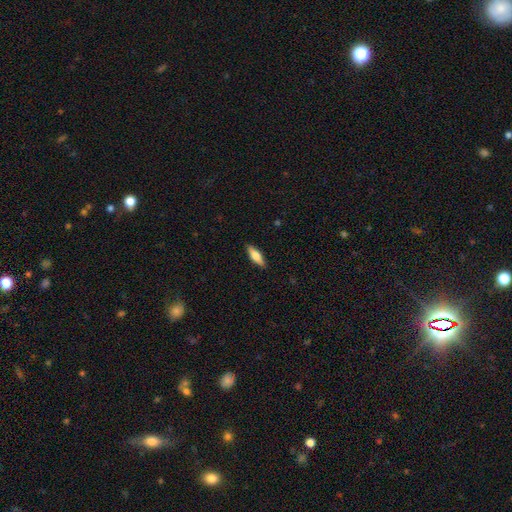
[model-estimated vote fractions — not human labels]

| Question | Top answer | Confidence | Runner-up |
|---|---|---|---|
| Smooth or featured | smooth | 62% | featured or disk (32%) |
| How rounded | in between | 50% | cigar-shaped (48%) |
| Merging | none | 89% | minor disturbance (8%) |